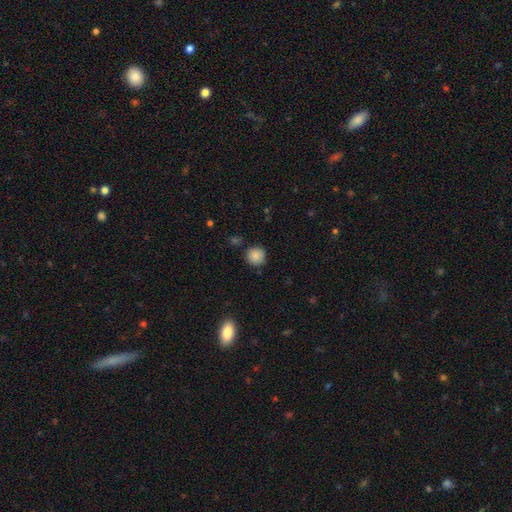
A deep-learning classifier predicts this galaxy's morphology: A smooth galaxy with no disk features (85%) that is round (93%). Merging: none (86%).